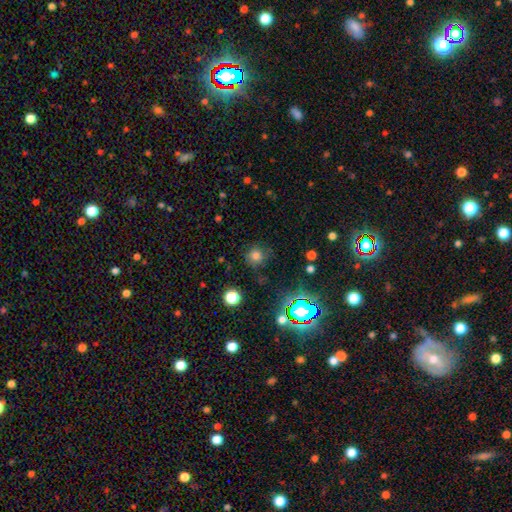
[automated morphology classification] type=smooth (71%); roundness=round (91%); merging=none (78%).